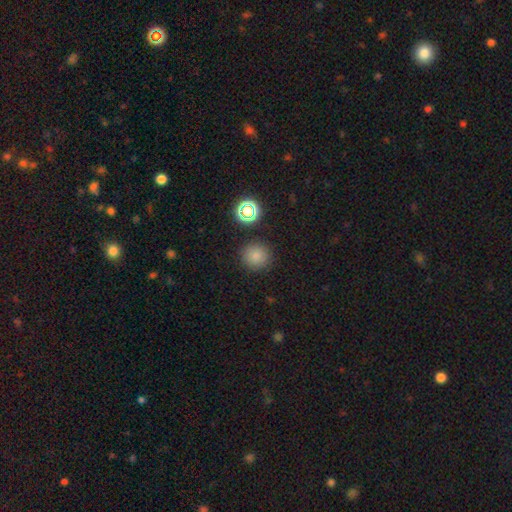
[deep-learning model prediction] Smooth or featured: smooth — 80% (star or artifact — 16%)
How rounded: round — 94% (in between — 5%)
Merging: none — 88% (minor disturbance — 7%)